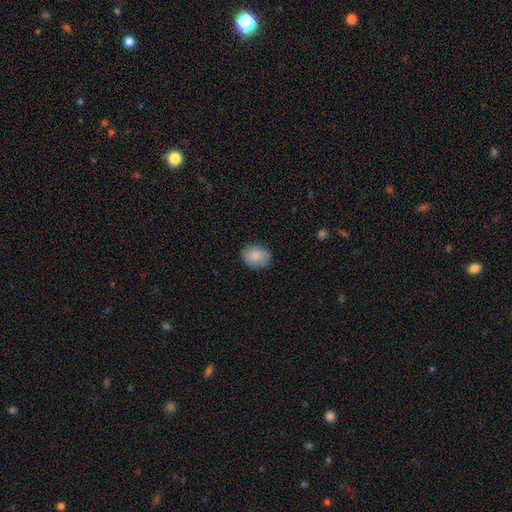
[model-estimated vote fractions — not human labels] smooth 84%, featured or disk 9%, star or artifact 7%. Down the decision tree: how rounded — in between (56%); merging — none (80%).